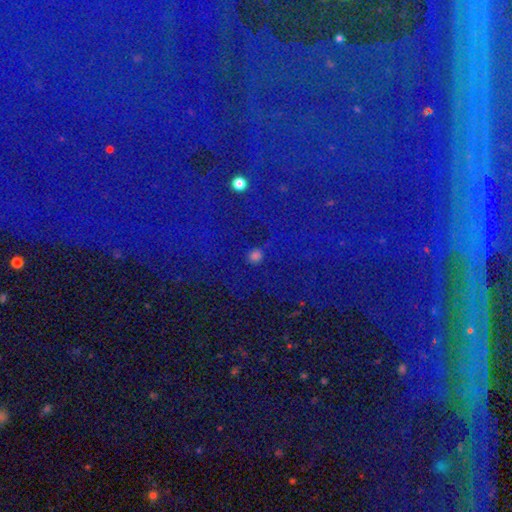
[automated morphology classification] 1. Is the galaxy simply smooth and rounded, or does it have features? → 74% star or artifact, 16% smooth, 10% featured or disk.